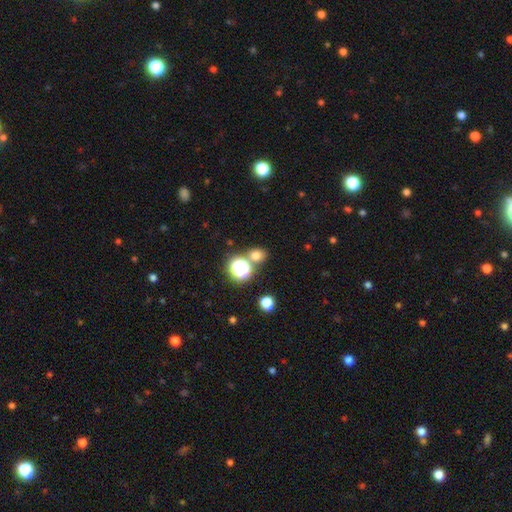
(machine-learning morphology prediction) Smooth or featured: smooth — 68% (star or artifact — 25%)
How rounded: round — 72% (in between — 27%)
Merging: none — 70% (merger — 19%)